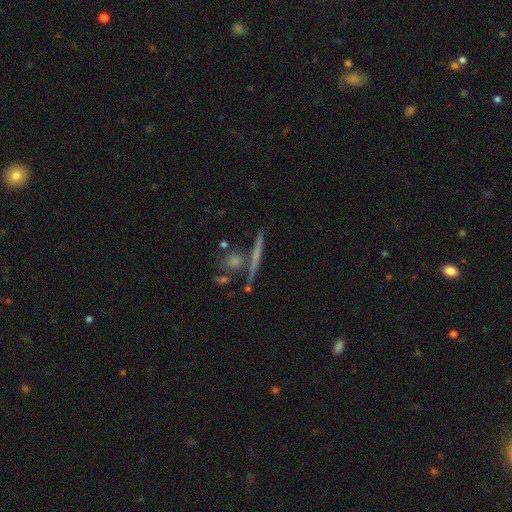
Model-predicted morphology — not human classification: smooth_or_featured: featured or disk (p=0.50) [alt: smooth p=0.40]
disk_edge_on: yes (p=0.94) [alt: no p=0.06]
merging: none (p=0.78) [alt: merger p=0.11]